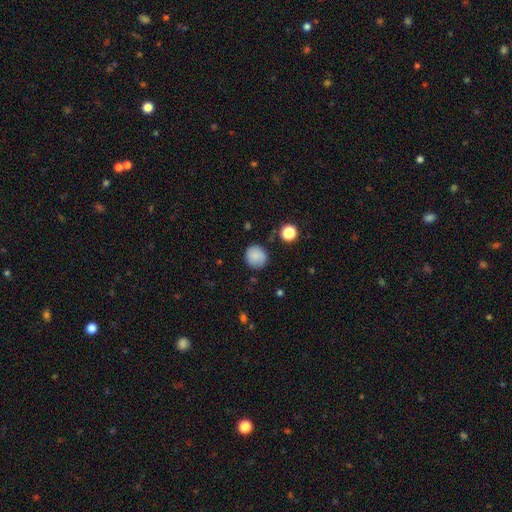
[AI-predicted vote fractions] This is clearly a smooth galaxy (85%). How rounded: clearly round (91%). Merging: clearly none (83%).